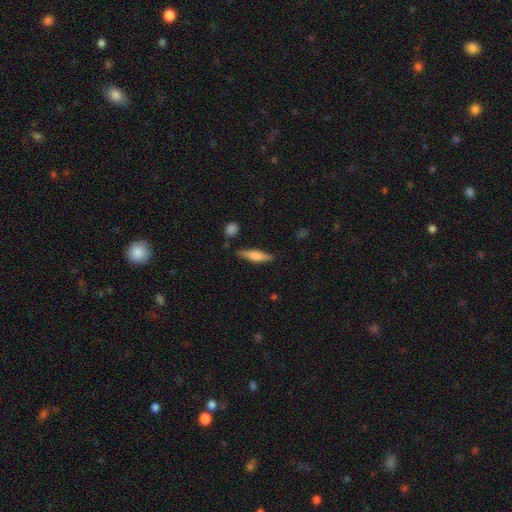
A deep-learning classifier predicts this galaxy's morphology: smooth 55%, featured or disk 38%, star or artifact 7%. Down the decision tree: how rounded — cigar-shaped (71%); merging — none (82%).